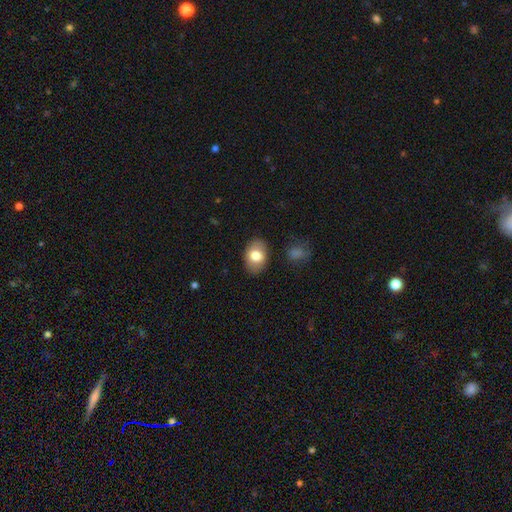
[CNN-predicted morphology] Overall: smooth (77%). How rounded: in between (79%). Merging: none (85%).